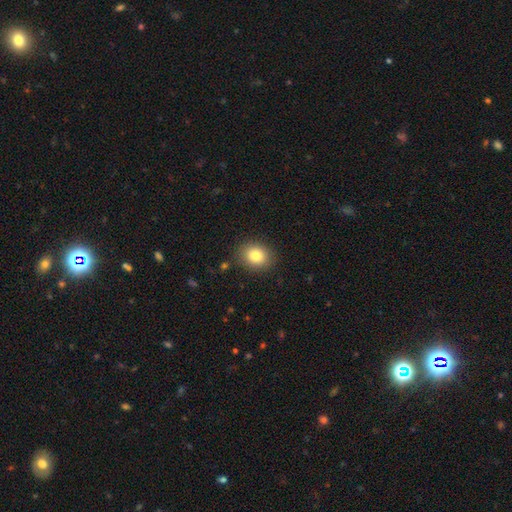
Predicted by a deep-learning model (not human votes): A smooth galaxy with no disk features (82%) that is round (62%).

Vote fractions:
- Smooth or featured? smooth: 82% / star or artifact: 10% / featured or disk: 8%
- How rounded? round: 62% / in between: 37% / cigar-shaped: 1%
- Merging? none: 87% / minor disturbance: 9% / major disturbance: 3% / merger: 1%